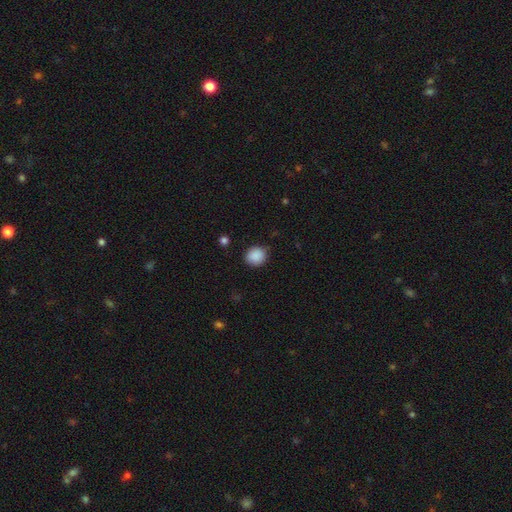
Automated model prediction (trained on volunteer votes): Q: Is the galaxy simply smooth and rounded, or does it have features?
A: smooth — 89%.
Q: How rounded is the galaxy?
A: round — 79%.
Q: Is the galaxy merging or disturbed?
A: none — 86%.